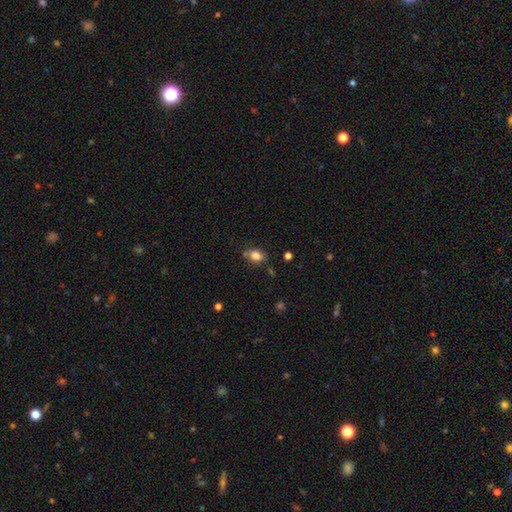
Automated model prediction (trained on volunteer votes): Smooth or featured?
  - smooth: 83% *
  - star or artifact: 10%
  - featured or disk: 8%
How rounded?
  - in between: 77% *
  - round: 21%
  - cigar-shaped: 2%
Merging?
  - none: 71% *
  - minor disturbance: 19%
  - merger: 6%
  - major disturbance: 4%